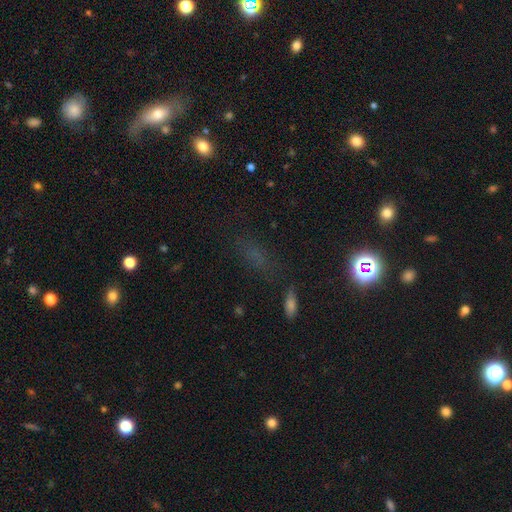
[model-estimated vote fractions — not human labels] A smooth galaxy with no disk features (45%). Merging: none (65%).